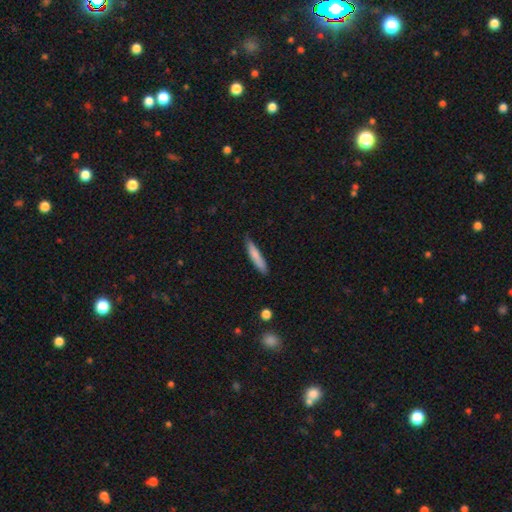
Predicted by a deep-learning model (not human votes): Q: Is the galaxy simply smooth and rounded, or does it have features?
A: smooth — 79%.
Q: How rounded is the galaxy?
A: cigar-shaped — 88%.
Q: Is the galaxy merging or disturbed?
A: none — 81%.